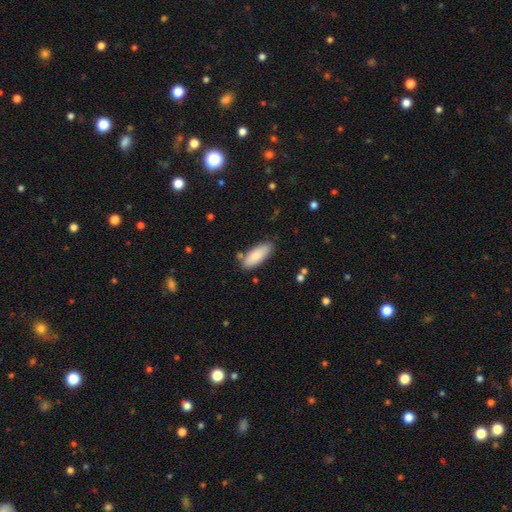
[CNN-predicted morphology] smooth-or-featured: smooth: 85% | featured or disk: 10% | star or artifact: 6%
  how-rounded: in between: 77% | cigar-shaped: 22% | round: 2%
  merging: none: 77% | minor disturbance: 15% | merger: 4% | major disturbance: 3%